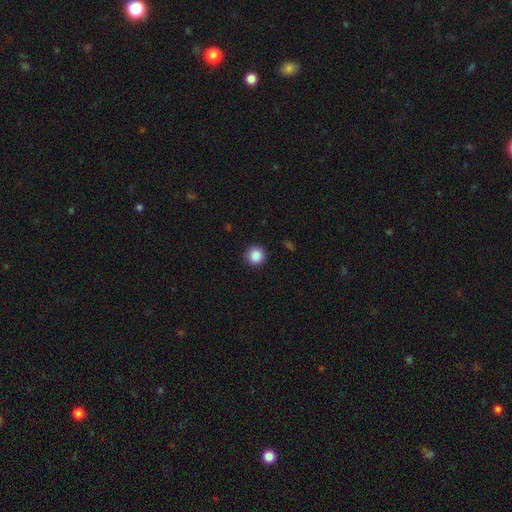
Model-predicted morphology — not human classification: smooth_or_featured: smooth (p=0.88) [alt: star or artifact p=0.09]
how_rounded: round (p=0.94) [alt: in between p=0.05]
merging: none (p=0.91) [alt: minor disturbance p=0.07]